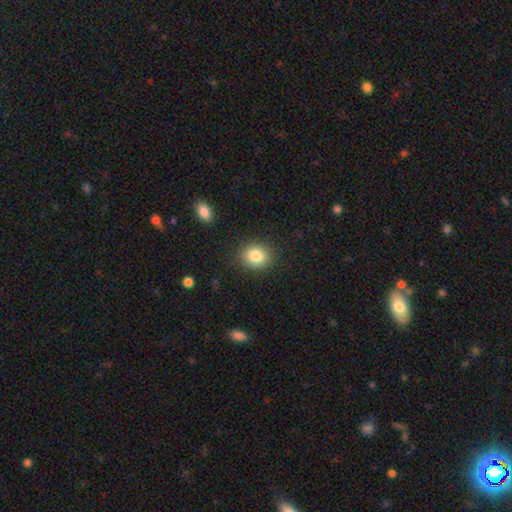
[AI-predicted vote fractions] Q: Smooth or featured?
A: smooth (83%); runner-up: star or artifact (9%)
Q: How rounded?
A: round (60%); runner-up: in between (39%)
Q: Merging?
A: none (87%); runner-up: minor disturbance (9%)